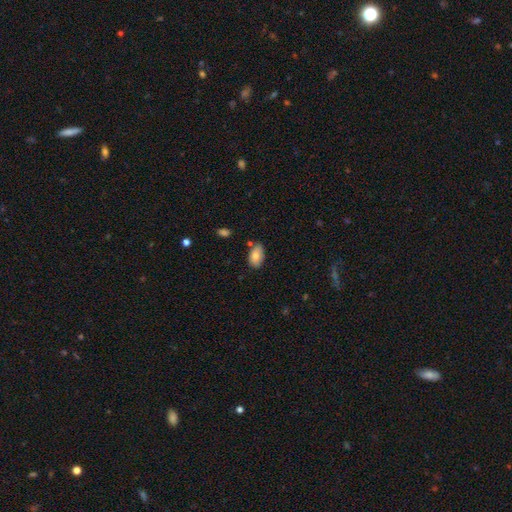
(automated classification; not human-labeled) Smooth or featured: smooth — 79% (featured or disk — 14%)
How rounded: in between — 93% (round — 5%)
Merging: none — 75% (minor disturbance — 18%)